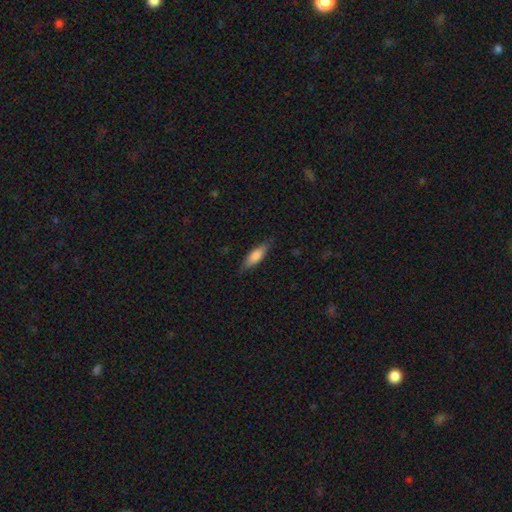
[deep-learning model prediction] smooth 76%, featured or disk 18%, star or artifact 6%. Down the decision tree: how rounded — in between (52%); merging — none (81%).